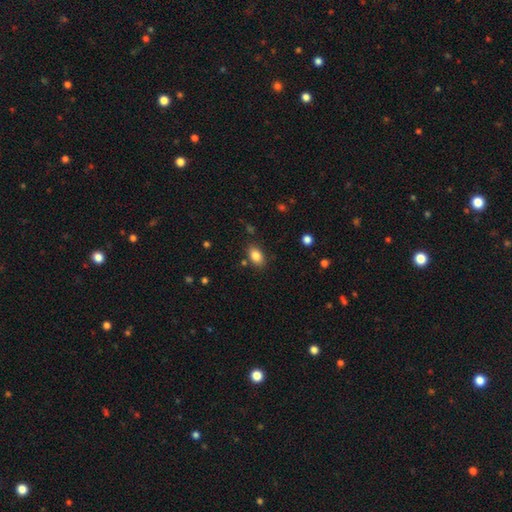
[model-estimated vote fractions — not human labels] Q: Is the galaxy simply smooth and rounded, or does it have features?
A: smooth — 84%.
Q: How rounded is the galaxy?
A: in between — 89%.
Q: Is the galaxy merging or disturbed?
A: none — 83%.